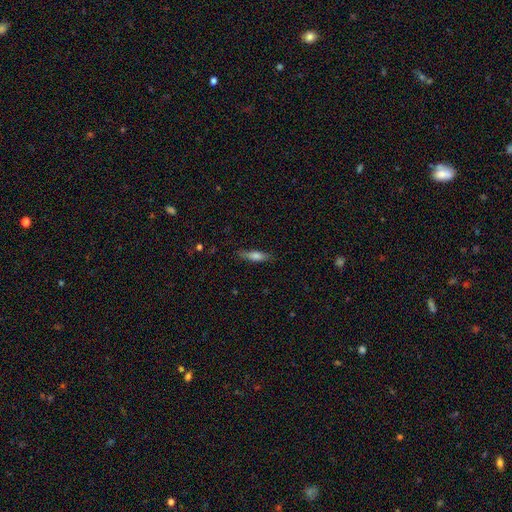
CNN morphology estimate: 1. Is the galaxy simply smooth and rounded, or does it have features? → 68% smooth, 24% featured or disk, 7% star or artifact.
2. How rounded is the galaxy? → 59% cigar-shaped, 39% in between, 2% round.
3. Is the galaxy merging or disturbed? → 79% none, 16% minor disturbance, 4% major disturbance, 1% merger.